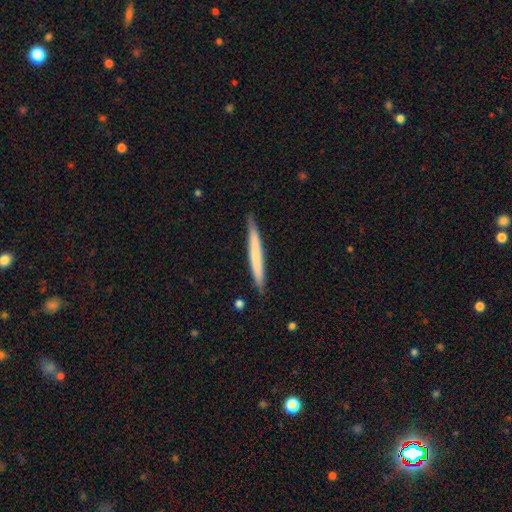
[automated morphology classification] Overall: smooth (62%; featured or disk 33%). How rounded: cigar-shaped (97%). Merging: none (87%).